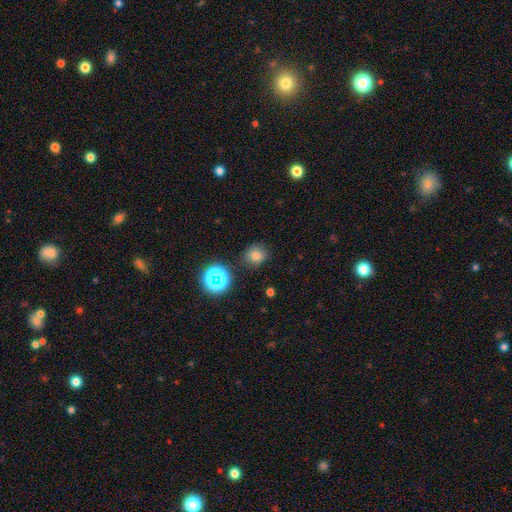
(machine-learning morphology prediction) Q: Smooth or featured?
A: smooth (74%); runner-up: star or artifact (20%)
Q: How rounded?
A: round (80%); runner-up: in between (19%)
Q: Merging?
A: none (82%); runner-up: minor disturbance (12%)